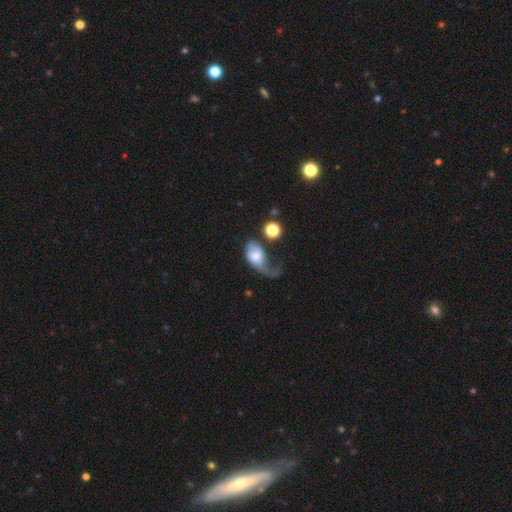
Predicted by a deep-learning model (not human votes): This appears to be a smooth galaxy with no disk features (53%) that is in between round and cigar-shaped (77%). Merging: major disturbance (60%).